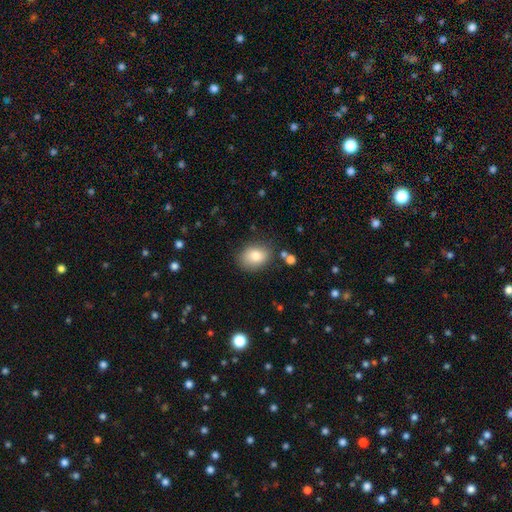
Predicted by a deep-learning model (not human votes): Q: Smooth or featured?
A: smooth (80%); runner-up: featured or disk (11%)
Q: How rounded?
A: in between (67%); runner-up: round (32%)
Q: Merging?
A: none (80%); runner-up: minor disturbance (13%)